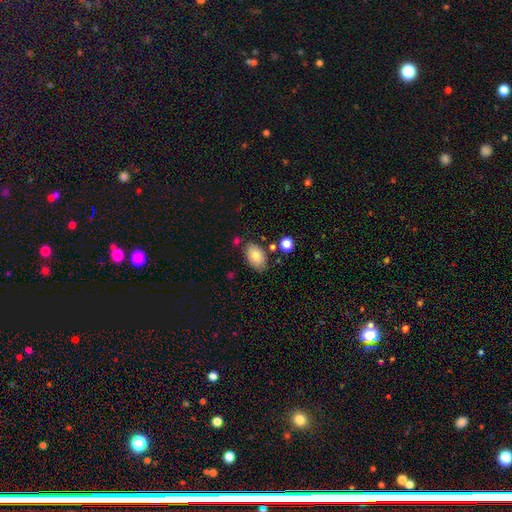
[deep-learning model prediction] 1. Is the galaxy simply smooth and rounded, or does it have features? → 82% smooth, 11% featured or disk, 7% star or artifact.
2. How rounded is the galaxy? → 92% in between, 7% round, 1% cigar-shaped.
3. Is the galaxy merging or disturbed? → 76% none, 15% minor disturbance, 5% merger, 4% major disturbance.